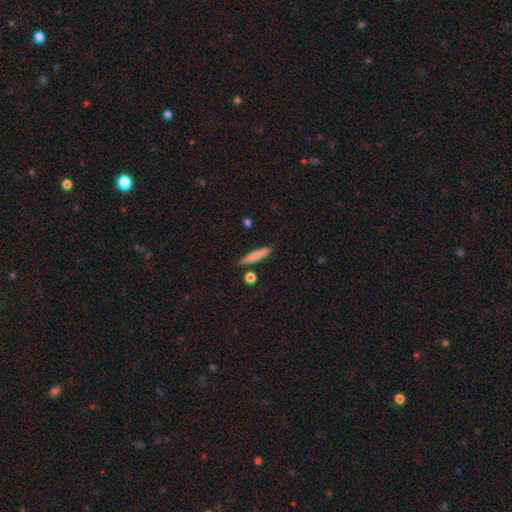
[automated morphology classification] This appears to be a smooth galaxy with no disk features (78%) that is cigar-shaped (88%). Merging: none (81%).